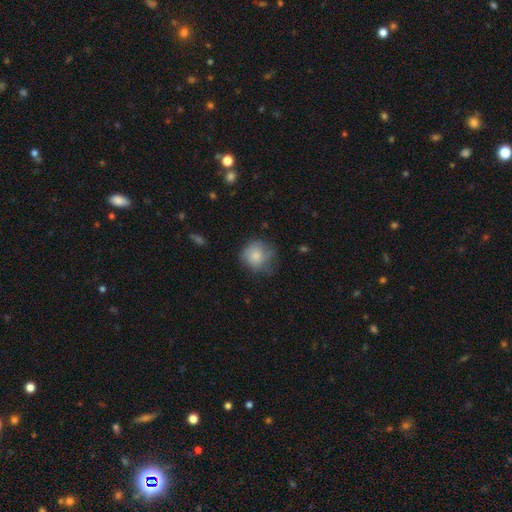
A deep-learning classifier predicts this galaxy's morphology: The model was most divided on "merging": none: 58%, minor disturbance: 29%, major disturbance: 12%, merger: 2%. More confident: how rounded — round (85%); smooth or featured — smooth (79%).